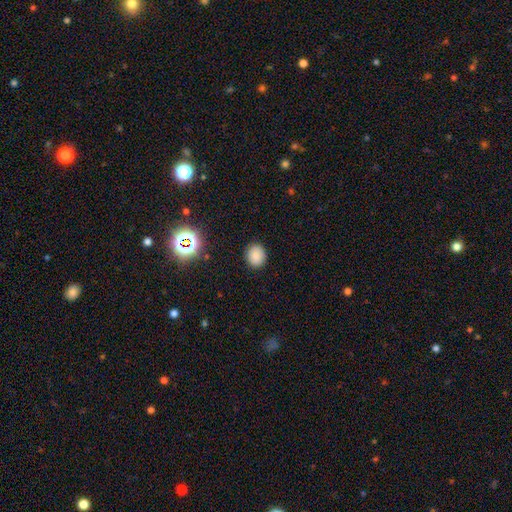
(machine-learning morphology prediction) Smooth or featured?
  - smooth: 82% *
  - star or artifact: 13%
  - featured or disk: 6%
How rounded?
  - round: 73% *
  - in between: 26%
  - cigar-shaped: 1%
Merging?
  - none: 89% *
  - minor disturbance: 8%
  - major disturbance: 2%
  - merger: 1%